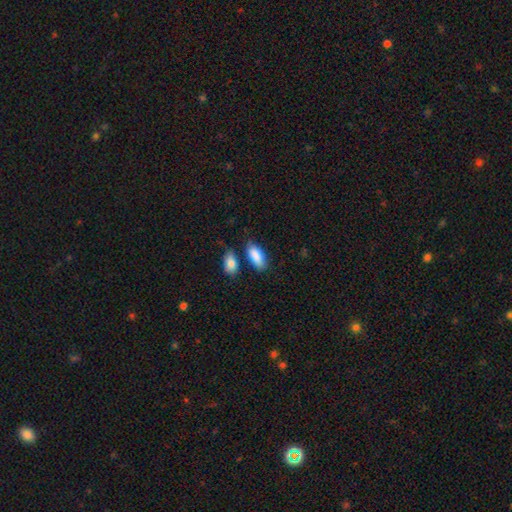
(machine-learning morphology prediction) Q: Smooth or featured?
A: smooth (88%); runner-up: featured or disk (6%)
Q: How rounded?
A: in between (87%); runner-up: cigar-shaped (11%)
Q: Merging?
A: none (67%); runner-up: minor disturbance (18%)